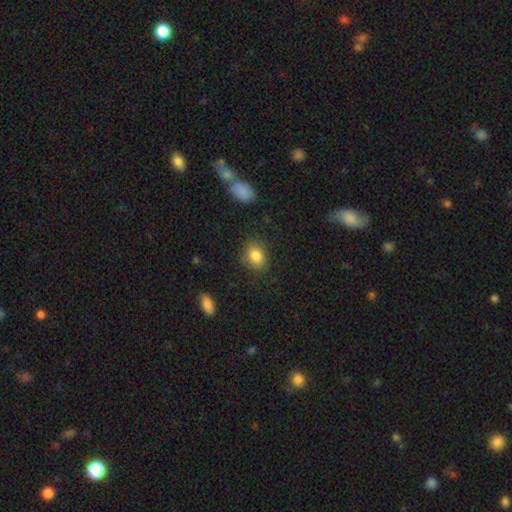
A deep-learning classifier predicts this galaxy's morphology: Smooth or featured?
  - smooth: 85% *
  - star or artifact: 9%
  - featured or disk: 6%
How rounded?
  - in between: 51% *
  - round: 48%
  - cigar-shaped: 1%
Merging?
  - none: 82% *
  - minor disturbance: 13%
  - major disturbance: 4%
  - merger: 2%